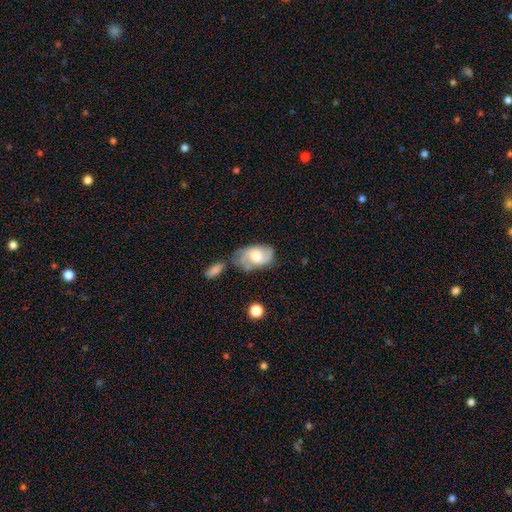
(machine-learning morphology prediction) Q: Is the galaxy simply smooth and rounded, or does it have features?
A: featured or disk — 58%.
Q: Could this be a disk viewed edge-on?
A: no — 96%.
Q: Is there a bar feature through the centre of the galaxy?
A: no — 64%.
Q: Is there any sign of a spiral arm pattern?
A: yes — 87%.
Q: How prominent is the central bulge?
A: moderate — 48%.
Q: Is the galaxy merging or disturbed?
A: none — 39%.